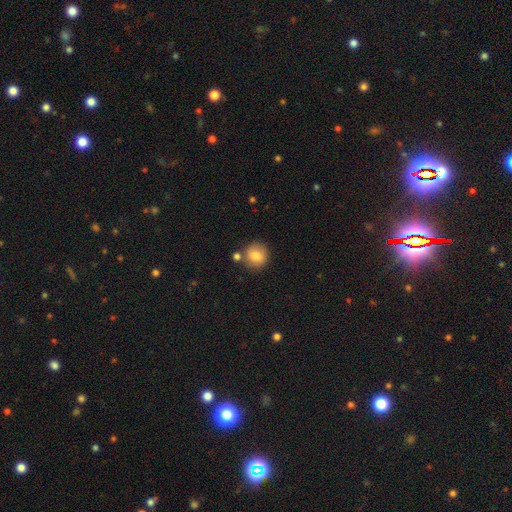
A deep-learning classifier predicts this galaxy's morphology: The model was most divided on "merging": none: 75%, minor disturbance: 11%, merger: 11%, major disturbance: 3%. More confident: how rounded — round (91%); smooth or featured — smooth (79%).